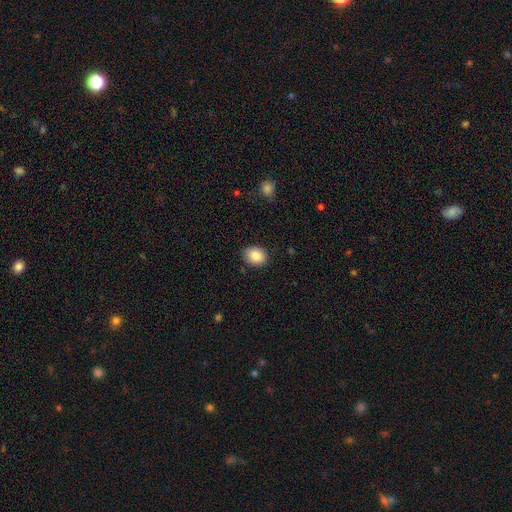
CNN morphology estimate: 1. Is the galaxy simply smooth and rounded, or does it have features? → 85% smooth, 8% star or artifact, 7% featured or disk.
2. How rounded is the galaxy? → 53% in between, 46% round, 1% cigar-shaped.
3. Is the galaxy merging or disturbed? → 87% none, 10% minor disturbance, 2% major disturbance, 1% merger.